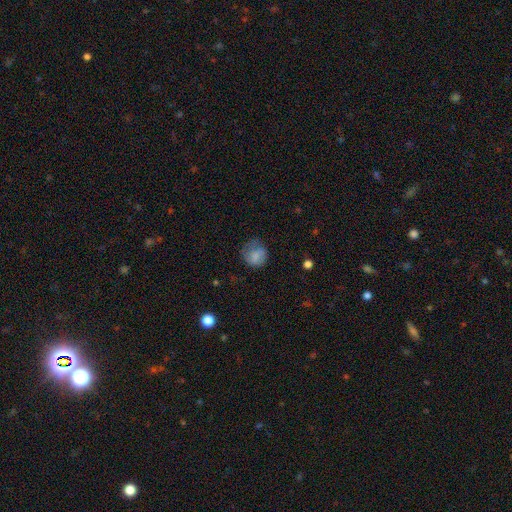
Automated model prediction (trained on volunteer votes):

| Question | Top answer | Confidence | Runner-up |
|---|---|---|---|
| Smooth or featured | smooth | 75% | featured or disk (15%) |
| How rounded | round | 77% | in between (22%) |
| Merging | none | 51% | minor disturbance (29%) |